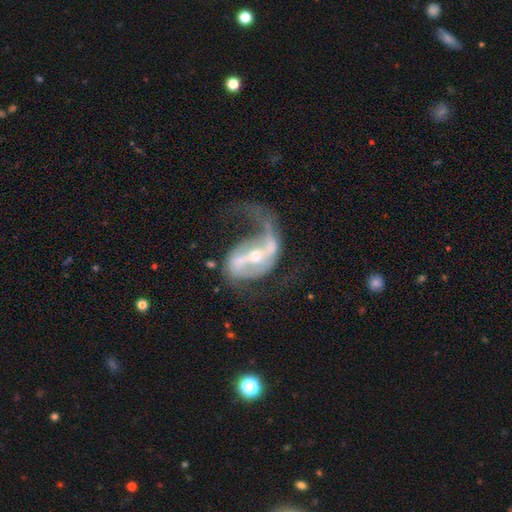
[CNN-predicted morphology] smooth-or-featured: featured or disk: 86% | smooth: 8% | star or artifact: 6%
  disk-edge-on: no: 96% | yes: 4%
    bar: strong: 53% | weak: 31% | no: 16%
    has-spiral-arms: yes: 90% | no: 10%
      spiral-winding: loose: 61% | medium: 31% | tight: 9%
      spiral-arm-count: 2: 58% | 1: 34% | can't tell: 5% | 3: 1% | 4: 1% | more than 4: 1%
    bulge-size: small: 56% | moderate: 40% | large: 2% | none: 1% | dominant: 1%
  merging: major disturbance: 47% | none: 30% | minor disturbance: 17% | merger: 5%